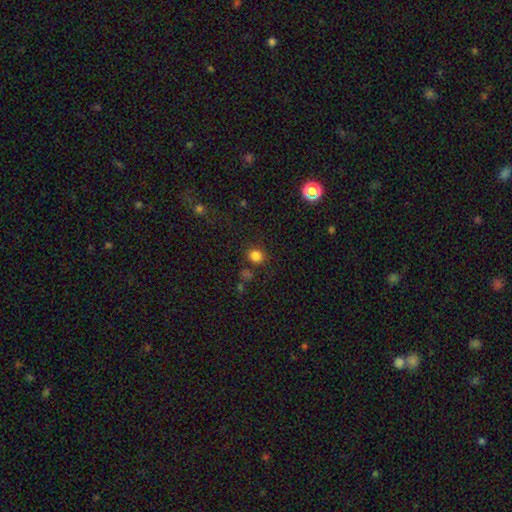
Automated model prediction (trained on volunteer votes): Morphology: type=smooth (81%); roundness=round (77%); merging=none (81%).